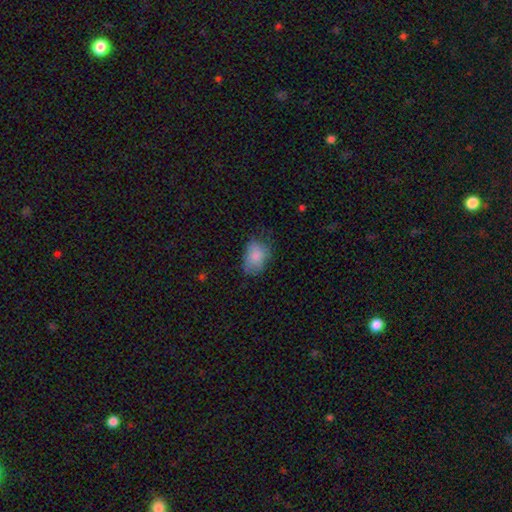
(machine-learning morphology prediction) This is clearly a smooth galaxy (81%). How rounded: likely in between (78%). Merging: possibly none (55%).